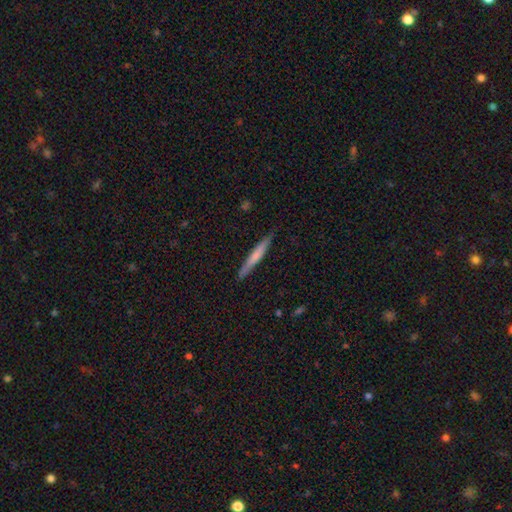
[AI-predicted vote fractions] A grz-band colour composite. It shows a smooth galaxy with no disk features (61%) that is cigar-shaped (96%). Merging: none (88%).